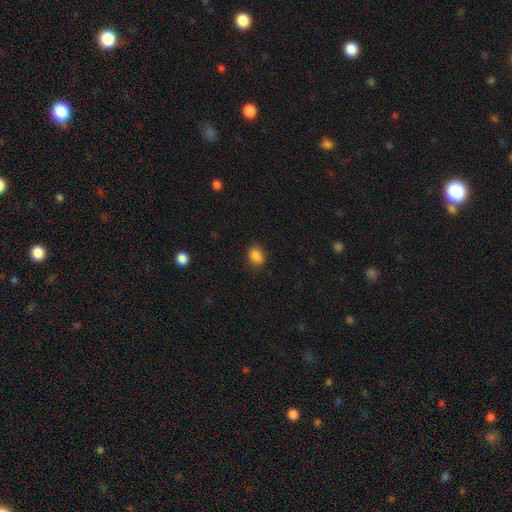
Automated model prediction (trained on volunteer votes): Smooth or featured? smooth (87%)
How rounded? in between (71%)
Merging? none (85%)